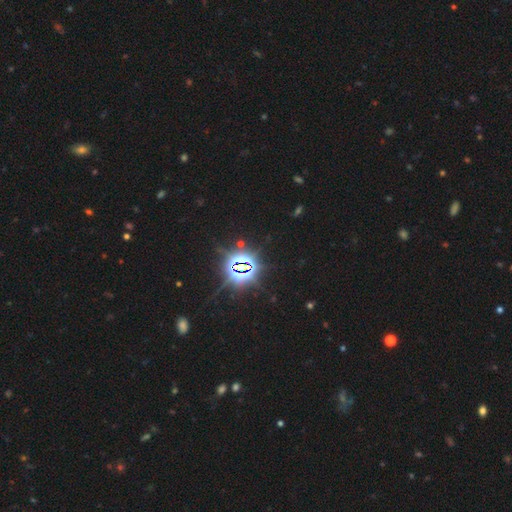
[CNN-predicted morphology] type=star or artifact (84%).